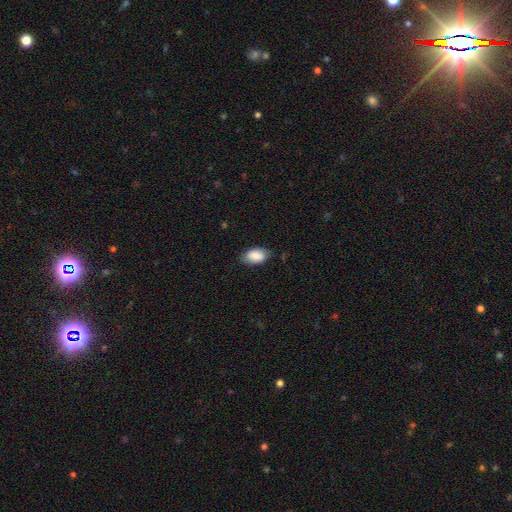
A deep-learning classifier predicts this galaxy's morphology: This appears to be a smooth galaxy with no disk features (87%) that is in between round and cigar-shaped (92%). Merging: none (75%).